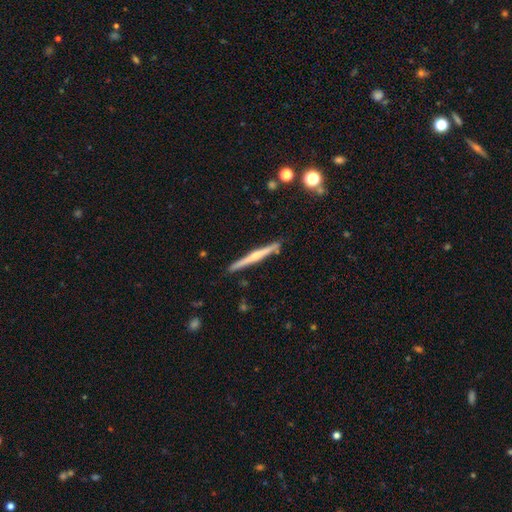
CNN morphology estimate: The model was most divided on "smooth or featured": featured or disk: 66%, smooth: 28%, star or artifact: 6%. More confident: edge-on disk — yes (98%); merging — none (89%); edge-on bulge — rounded (71%).